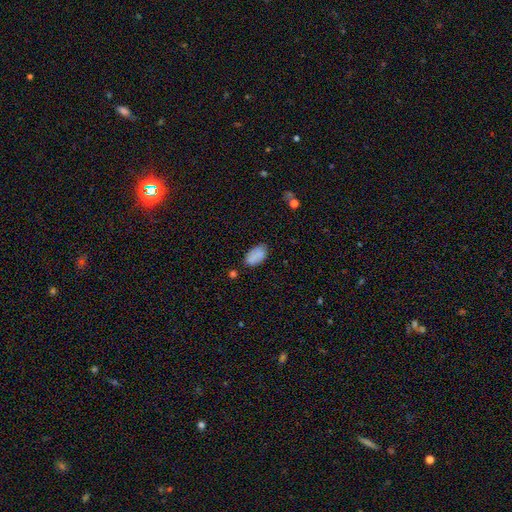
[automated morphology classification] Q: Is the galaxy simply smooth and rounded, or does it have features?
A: smooth — 84%.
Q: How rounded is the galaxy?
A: in between — 94%.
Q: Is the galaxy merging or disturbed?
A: none — 75%.